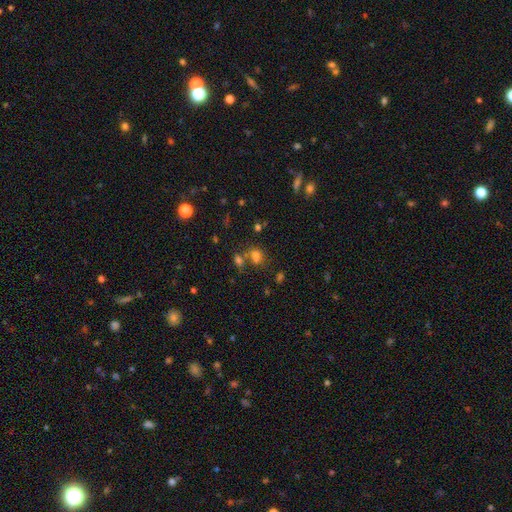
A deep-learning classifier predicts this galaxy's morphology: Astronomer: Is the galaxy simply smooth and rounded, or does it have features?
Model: smooth — 69%.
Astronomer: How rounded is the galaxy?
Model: in between — 53% (runner-up: round, 46%).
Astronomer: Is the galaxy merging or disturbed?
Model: none — 50% (runner-up: merger, 30%).